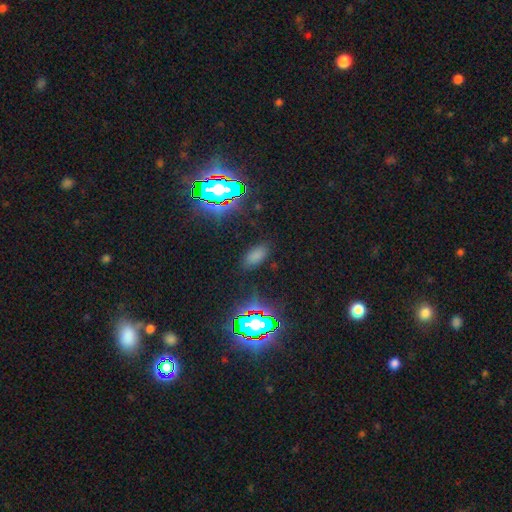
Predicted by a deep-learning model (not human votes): smooth-or-featured: smooth: 64% | star or artifact: 29% | featured or disk: 7%
  how-rounded: in between: 90% | cigar-shaped: 6% | round: 4%
  merging: none: 84% | minor disturbance: 11% | major disturbance: 4% | merger: 2%